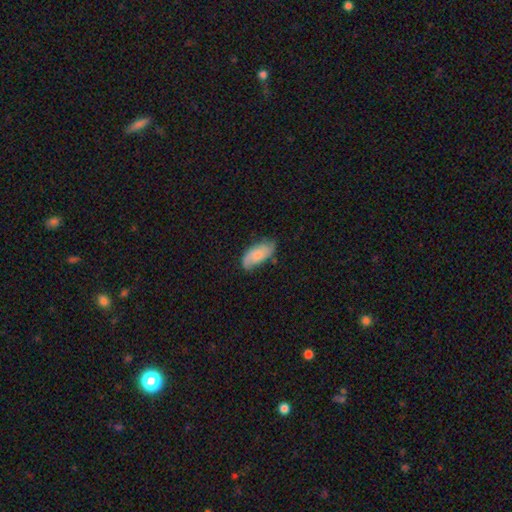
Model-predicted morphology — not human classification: Smooth or featured?
  - smooth: 55% *
  - featured or disk: 38%
  - star or artifact: 7%
How rounded?
  - in between: 90% *
  - cigar-shaped: 8%
  - round: 3%
Merging?
  - none: 62% *
  - minor disturbance: 28%
  - major disturbance: 8%
  - merger: 2%